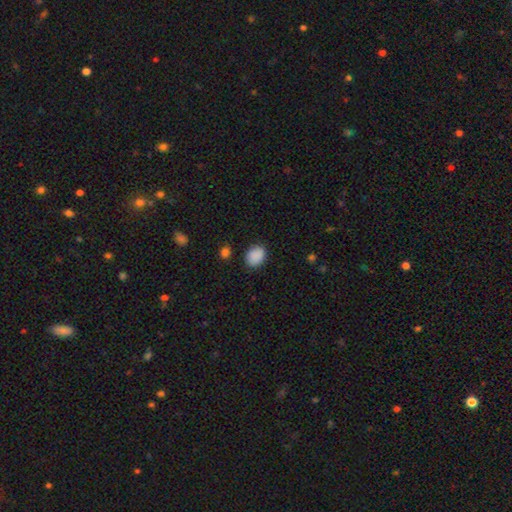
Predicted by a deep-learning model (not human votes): This appears to be a smooth galaxy with no disk features (89%) that is in between round and cigar-shaped (60%). Merging: none (85%).